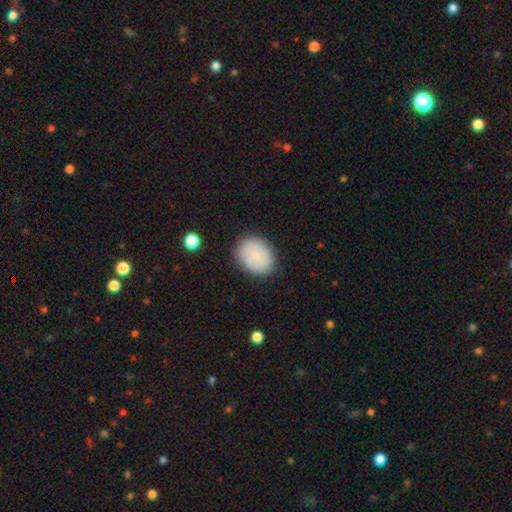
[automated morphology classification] Smooth or featured: smooth — 80% (featured or disk — 12%)
How rounded: in between — 60% (round — 39%)
Merging: none — 85% (minor disturbance — 11%)